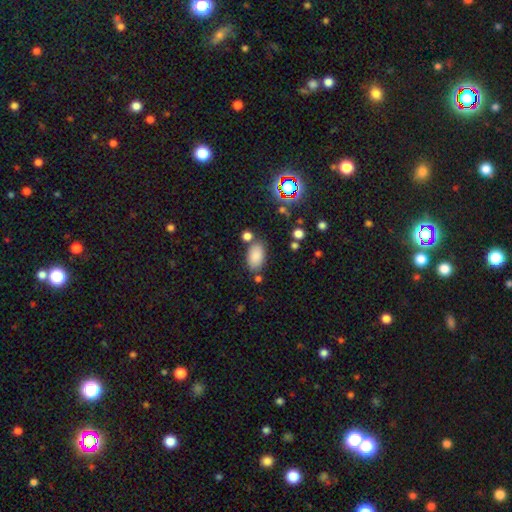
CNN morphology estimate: Smooth or featured? smooth (82%)
How rounded? in between (93%)
Merging? none (72%)